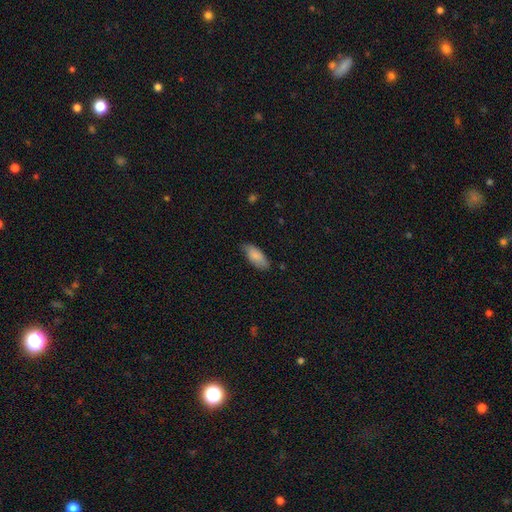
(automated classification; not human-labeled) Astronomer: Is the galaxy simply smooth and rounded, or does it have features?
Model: smooth — 84%.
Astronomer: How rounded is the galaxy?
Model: in between — 85%.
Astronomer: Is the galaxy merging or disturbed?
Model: none — 72%.